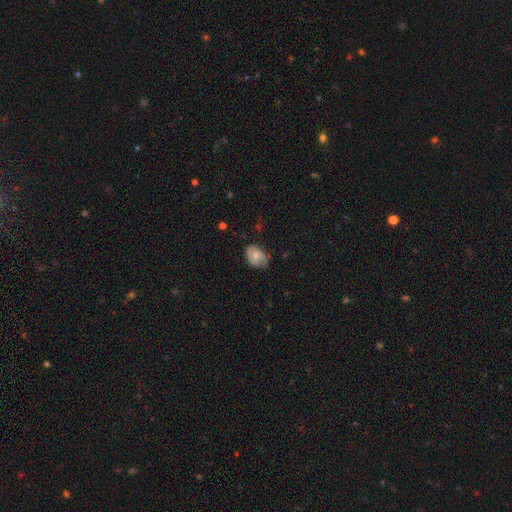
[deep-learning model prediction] Smooth or featured? smooth (48%)
Merging? none (58%)